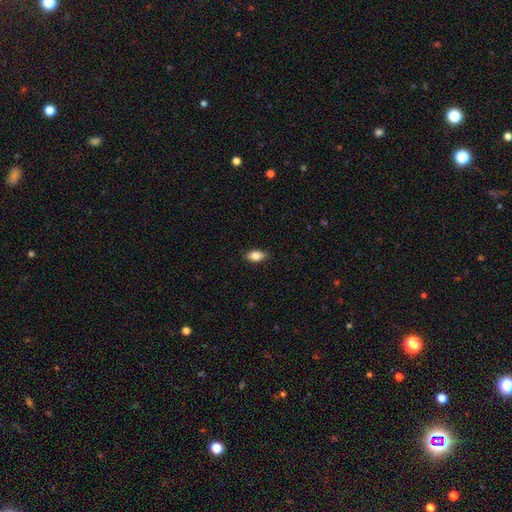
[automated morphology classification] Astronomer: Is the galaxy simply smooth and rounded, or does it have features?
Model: smooth — 84%.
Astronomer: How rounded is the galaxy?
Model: in between — 90%.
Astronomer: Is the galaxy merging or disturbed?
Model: none — 88%.